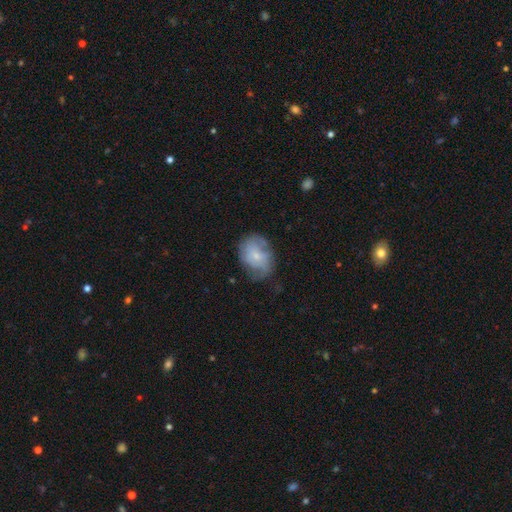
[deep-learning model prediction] A smooth galaxy with no disk features (52%) that is in between round and cigar-shaped (63%).

Vote fractions:
- Smooth or featured? smooth: 52% / featured or disk: 40% / star or artifact: 8%
- How rounded? in between: 63% / round: 36% / cigar-shaped: 1%
- Merging? none: 50% / minor disturbance: 32% / major disturbance: 16% / merger: 2%